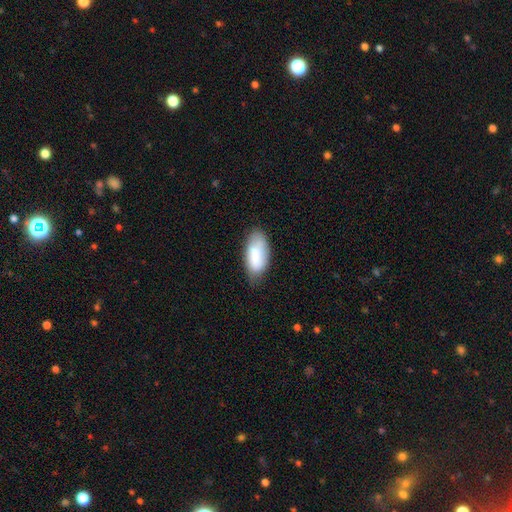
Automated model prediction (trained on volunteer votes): This is likely a smooth galaxy (80%). How rounded: clearly in between (92%). Merging: likely none (62%).